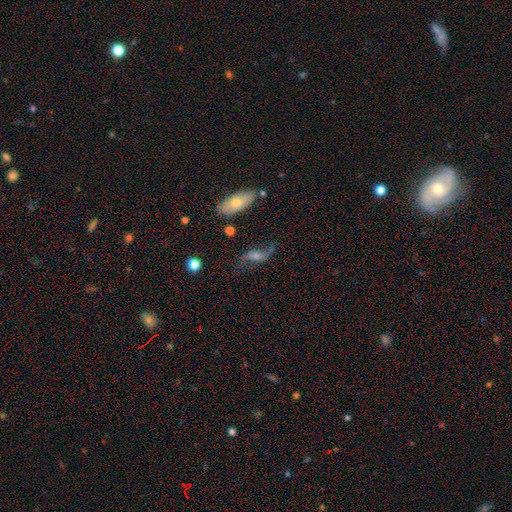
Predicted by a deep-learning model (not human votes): This is likely a featured or disk galaxy (73%). It is clearly not viewed edge-on (87%). Bar: possibly no (46%). Spiral arm pattern: clearly yes (90%). Spiral arm count: clearly 2 (89%). Spiral winding: clearly loose (85%). Central bulge: marginally small (40%, tied with moderate). Merging: likely none (62%).